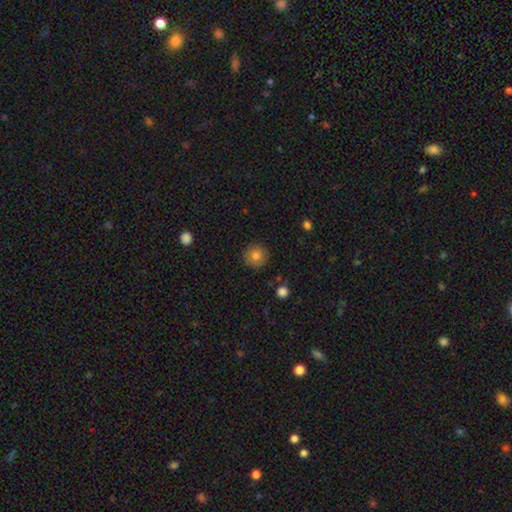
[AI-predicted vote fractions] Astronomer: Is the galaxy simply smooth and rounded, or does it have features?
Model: smooth — 82%.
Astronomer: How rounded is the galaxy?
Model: round — 94%.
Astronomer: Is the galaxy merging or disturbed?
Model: none — 90%.